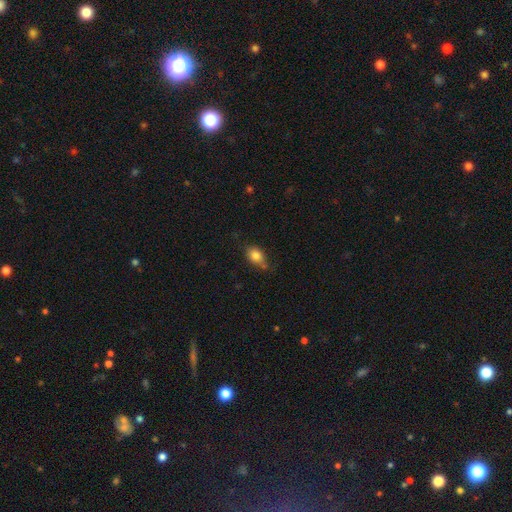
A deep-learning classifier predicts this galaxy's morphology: Overall: smooth (83%). How rounded: in between (73%). Merging: none (59%; minor disturbance 29%).